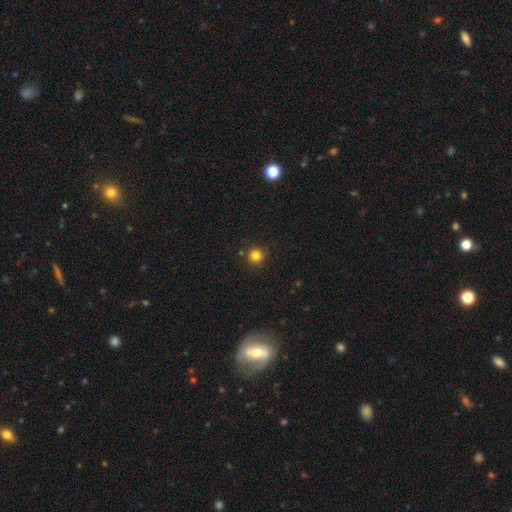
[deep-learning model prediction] This is clearly a smooth galaxy (82%). How rounded: clearly round (94%). Merging: clearly none (87%).